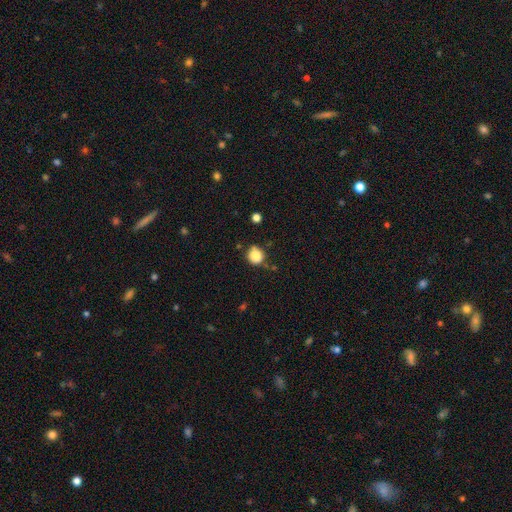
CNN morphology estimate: Overall: smooth (84%). How rounded: round (85%). Merging: none (70%).